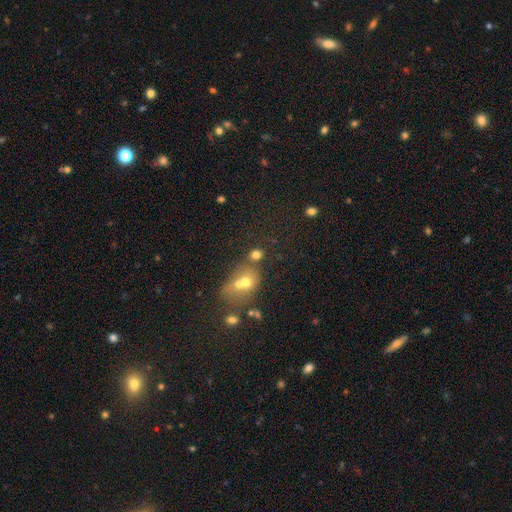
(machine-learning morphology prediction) Smooth or featured?
  - smooth: 53% *
  - star or artifact: 26%
  - featured or disk: 21%
How rounded?
  - round: 49% * (tied)
  - in between: 49% * (tied)
  - cigar-shaped: 2%
Merging?
  - merger: 45% *
  - none: 35%
  - minor disturbance: 11%
  - major disturbance: 9%